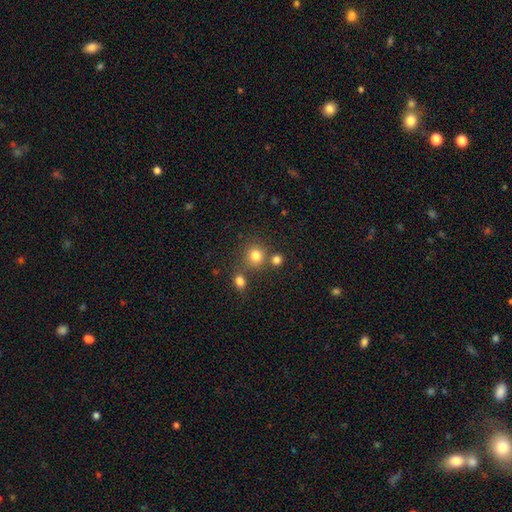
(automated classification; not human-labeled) This is likely a smooth galaxy (79%). How rounded: clearly round (86%). Merging: likely none (69%).